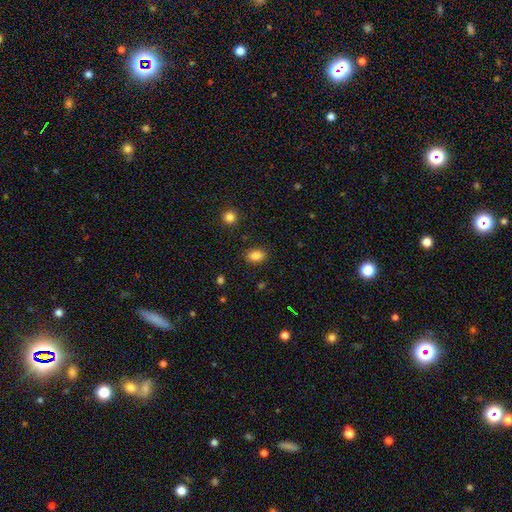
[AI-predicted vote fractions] This appears to be a smooth galaxy with no disk features (85%) that is in between round and cigar-shaped (80%). Merging: none (86%).